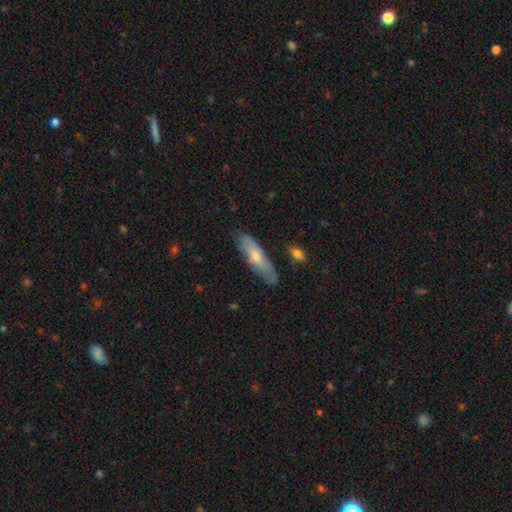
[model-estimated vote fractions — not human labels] smooth_or_featured: smooth (p=0.49) [alt: featured or disk p=0.44]
merging: none (p=0.79) [alt: minor disturbance p=0.16]